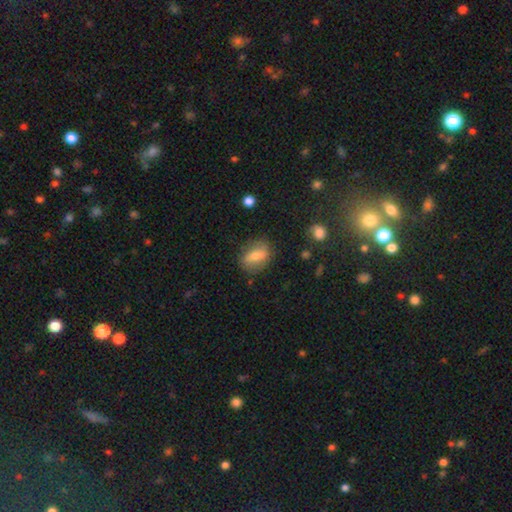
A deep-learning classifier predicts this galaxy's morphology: Smooth or featured?
  - smooth: 58% *
  - featured or disk: 34%
  - star or artifact: 8%
How rounded?
  - in between: 66% *
  - round: 29%
  - cigar-shaped: 5%
Merging?
  - none: 76% *
  - minor disturbance: 16%
  - major disturbance: 5%
  - merger: 2%